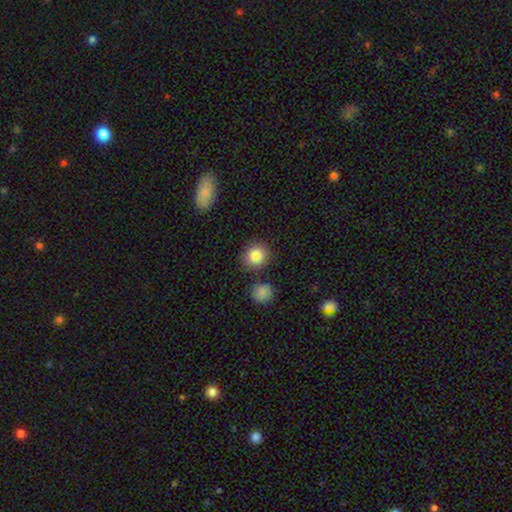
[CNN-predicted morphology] type=smooth (86%); roundness=round (82%); merging=none (81%).